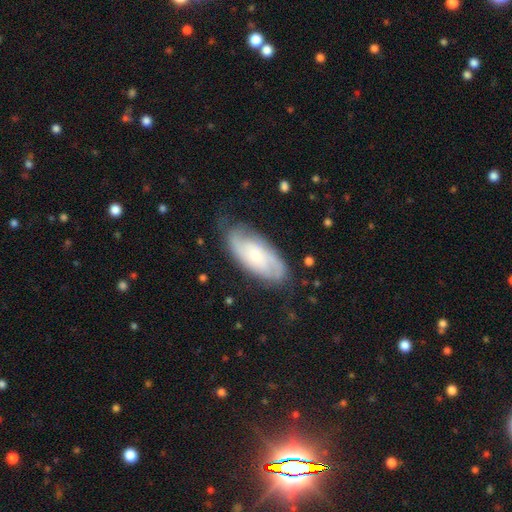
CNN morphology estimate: This is likely a featured or disk galaxy (64%). It is clearly not viewed edge-on (91%). Bar: likely no (70%). Spiral arm pattern: clearly yes (89%). Spiral arm count: possibly 2 (53%). Spiral winding: possibly tight (48%). Central bulge: likely small (63%). Merging: likely none (70%).